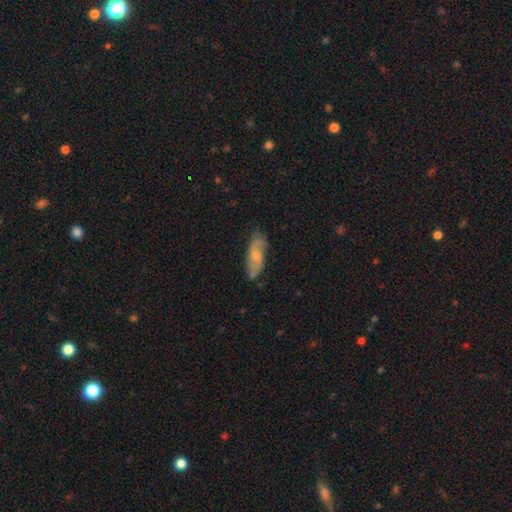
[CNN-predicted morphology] Overall: featured or disk (53%; smooth 40%). Edge-on disk: no (85%). Merging: none (75%).